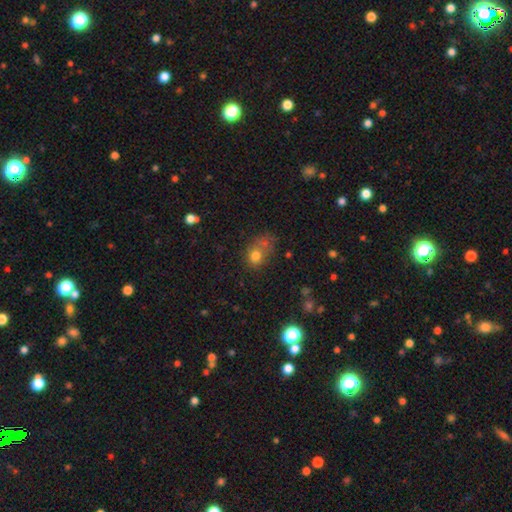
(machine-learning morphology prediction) Q: Smooth or featured?
A: smooth (72%); runner-up: star or artifact (15%)
Q: How rounded?
A: in between (50%); runner-up: round (48%)
Q: Merging?
A: none (34%); runner-up: major disturbance (26%)